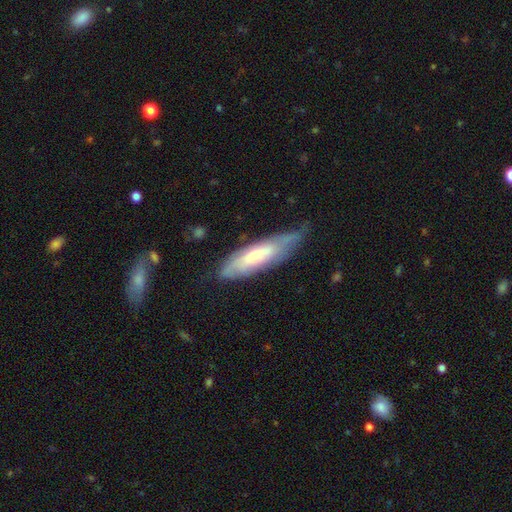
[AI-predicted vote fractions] A featured or disk galaxy (48%). Merging: none (52%).